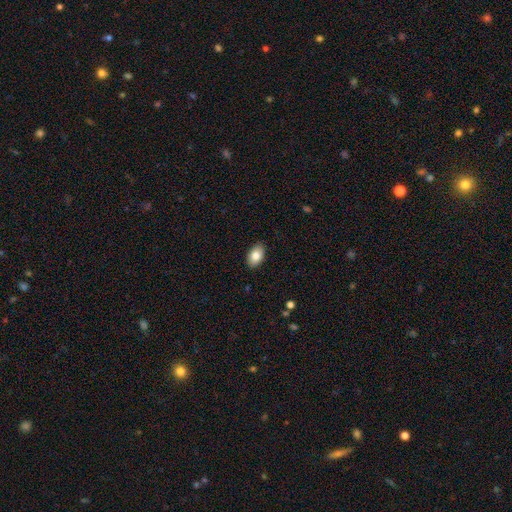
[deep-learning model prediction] smooth-or-featured: smooth: 83% | featured or disk: 10% | star or artifact: 7%
  how-rounded: in between: 91% | round: 7% | cigar-shaped: 1%
  merging: none: 89% | minor disturbance: 8% | major disturbance: 2% | merger: 1%